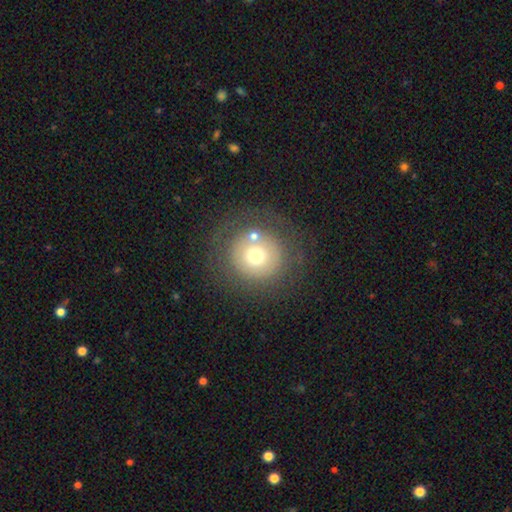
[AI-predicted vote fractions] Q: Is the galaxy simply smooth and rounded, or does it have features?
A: smooth — 61%.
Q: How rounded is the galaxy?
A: round — 94%.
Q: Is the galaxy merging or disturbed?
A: none — 71%.